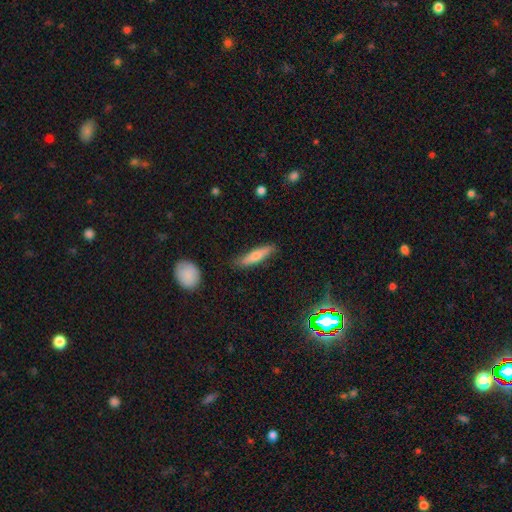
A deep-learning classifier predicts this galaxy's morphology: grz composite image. It shows a smooth galaxy with no disk features (59%) that is cigar-shaped (80%). Merging: none (80%).